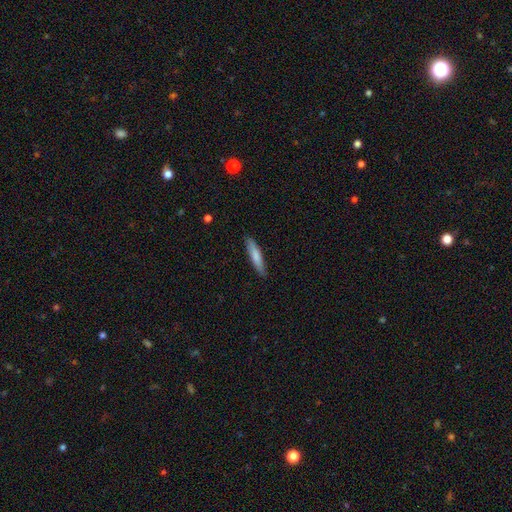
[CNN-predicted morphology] Smooth or featured?
  - smooth: 77% *
  - featured or disk: 18%
  - star or artifact: 5%
How rounded?
  - cigar-shaped: 87% *
  - in between: 12%
  - round: 1%
Merging?
  - none: 88% *
  - minor disturbance: 9%
  - major disturbance: 2%
  - merger: 1%